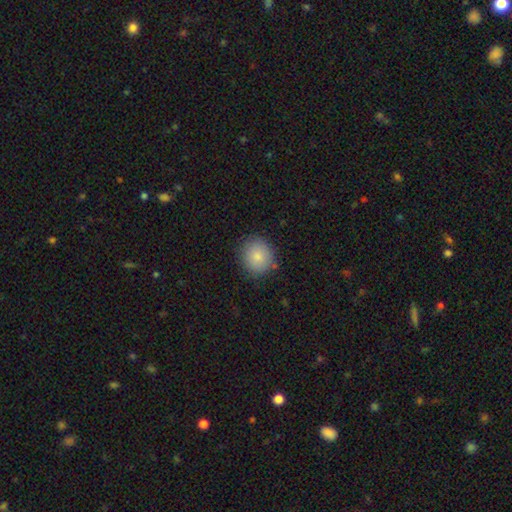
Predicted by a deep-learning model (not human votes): smooth_or_featured: smooth (p=0.84) [alt: star or artifact p=0.09]
how_rounded: round (p=0.82) [alt: in between p=0.17]
merging: none (p=0.86) [alt: minor disturbance p=0.10]